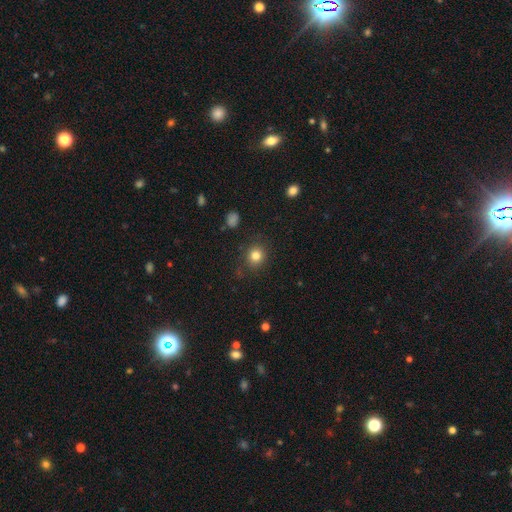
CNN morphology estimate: A smooth galaxy with no disk features (82%) that is round (85%). Merging: none (85%).